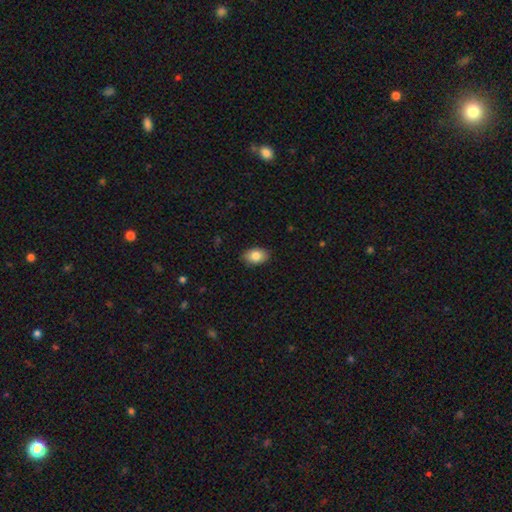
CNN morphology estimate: smooth 84%, featured or disk 9%, star or artifact 8%. Down the decision tree: how rounded — in between (86%); merging — none (88%).